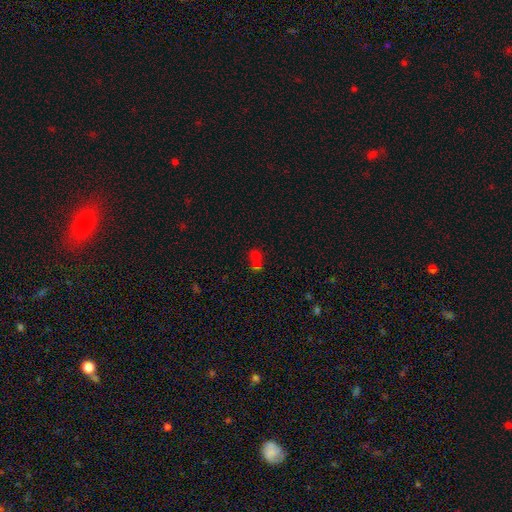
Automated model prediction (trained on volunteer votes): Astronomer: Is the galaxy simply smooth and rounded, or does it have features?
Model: smooth — 60%.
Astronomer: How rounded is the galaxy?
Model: round — 63%.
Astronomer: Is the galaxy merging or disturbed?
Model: merger — 59%.